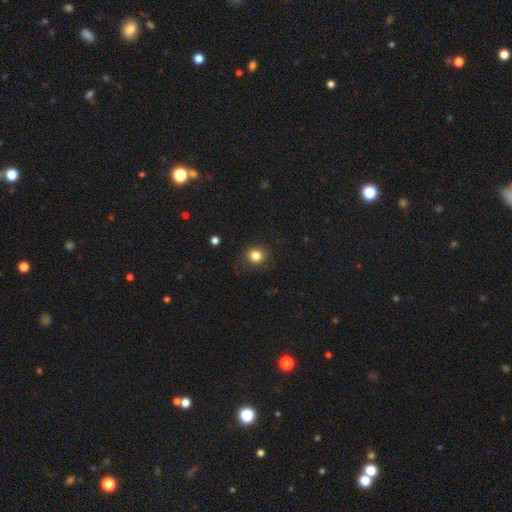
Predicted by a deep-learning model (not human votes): Overall: smooth (83%). How rounded: round (88%). Merging: none (88%).